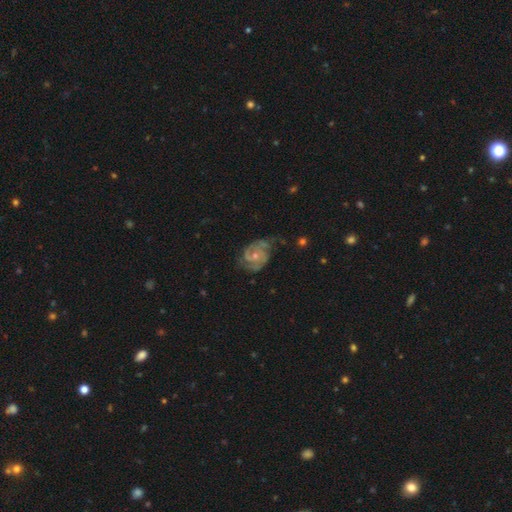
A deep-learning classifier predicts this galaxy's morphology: Smooth or featured? Predicted: featured or disk (p=0.85). Edge-on disk? Predicted: no (p=0.98). Bar? Predicted: no (p=0.72). Spiral arms? Predicted: yes (p=0.96). Spiral winding? Predicted: tight (p=0.47). Spiral arm count? Predicted: 2 (p=0.60). Bulge size? Predicted: small (p=0.51). Merging? Predicted: none (p=0.58).